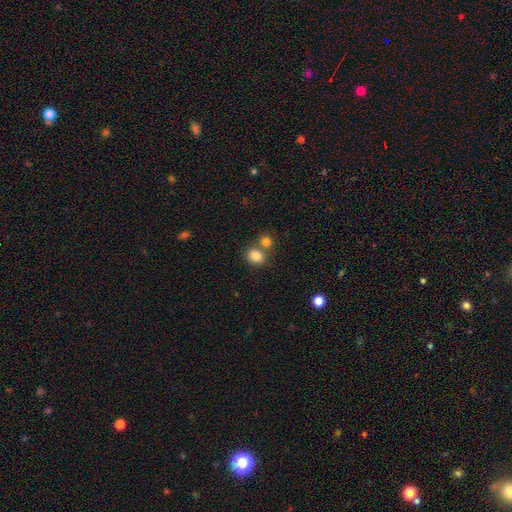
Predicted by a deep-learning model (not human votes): The model was most divided on "merging": none: 56%, merger: 32%, minor disturbance: 9%, major disturbance: 3%. More confident: smooth or featured — smooth (83%); how rounded — round (68%).